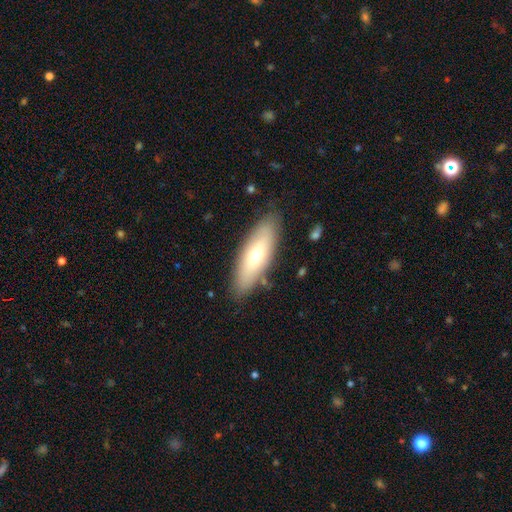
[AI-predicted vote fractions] Q: Smooth or featured?
A: smooth (60%); runner-up: featured or disk (33%)
Q: How rounded?
A: in between (62%); runner-up: cigar-shaped (36%)
Q: Merging?
A: none (84%); runner-up: minor disturbance (11%)